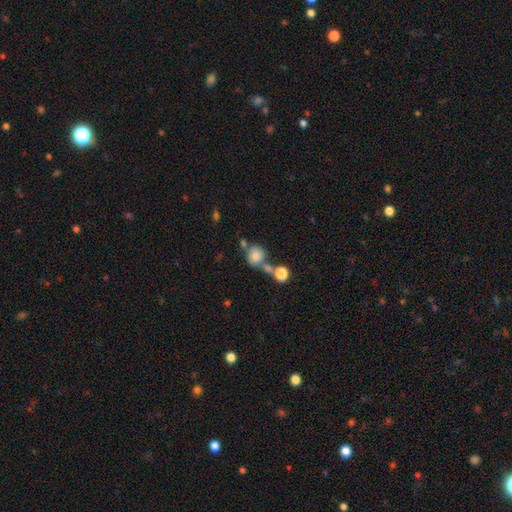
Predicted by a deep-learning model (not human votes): Q: Smooth or featured?
A: smooth (78%); runner-up: featured or disk (11%)
Q: How rounded?
A: round (83%); runner-up: in between (16%)
Q: Merging?
A: none (52%); runner-up: merger (29%)